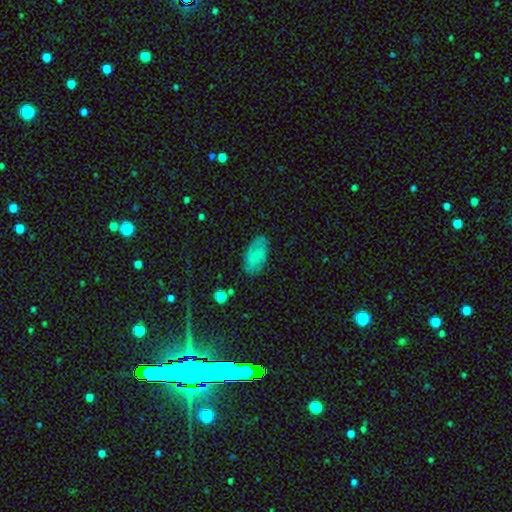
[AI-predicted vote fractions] Smooth or featured?
  - smooth: 60% *
  - featured or disk: 32%
  - star or artifact: 8%
How rounded?
  - in between: 93% *
  - round: 4%
  - cigar-shaped: 3%
Merging?
  - none: 79% *
  - minor disturbance: 16%
  - major disturbance: 4%
  - merger: 1%